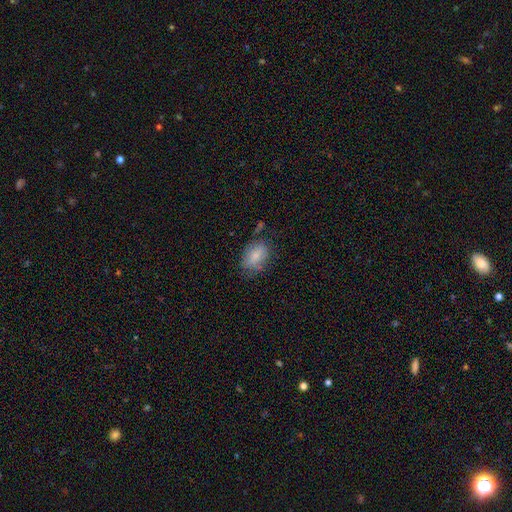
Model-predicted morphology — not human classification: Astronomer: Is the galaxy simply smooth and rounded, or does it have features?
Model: smooth — 78%.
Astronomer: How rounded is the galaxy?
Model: in between — 86%.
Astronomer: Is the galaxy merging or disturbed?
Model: none — 63%.